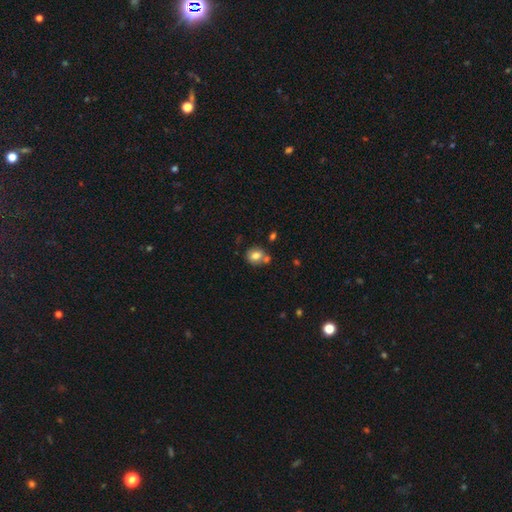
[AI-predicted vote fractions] Smooth or featured? smooth (78%)
How rounded? round (65%)
Merging? none (56%)